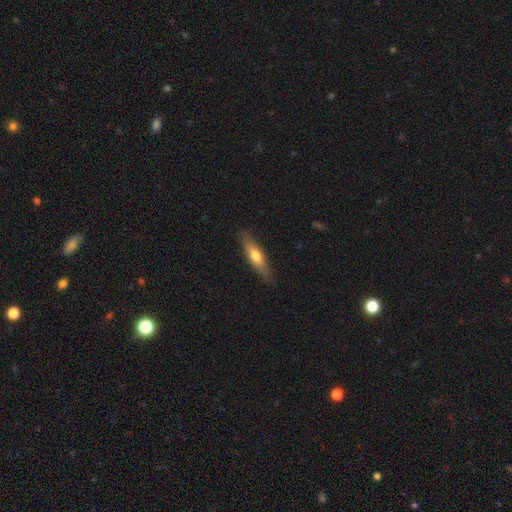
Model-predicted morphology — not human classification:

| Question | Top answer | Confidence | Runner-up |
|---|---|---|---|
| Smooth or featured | smooth | 60% | featured or disk (34%) |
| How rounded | cigar-shaped | 70% | in between (28%) |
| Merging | none | 84% | minor disturbance (13%) |